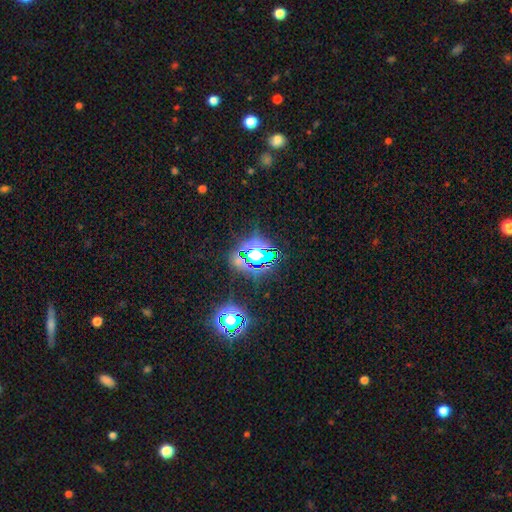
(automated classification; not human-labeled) Smooth or featured?
  - star or artifact: 69% *
  - smooth: 20%
  - featured or disk: 11%